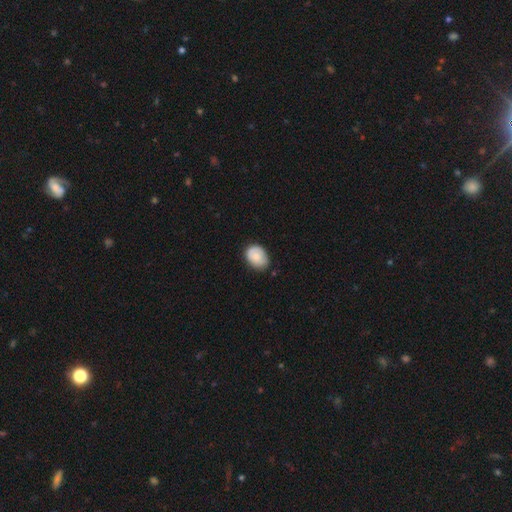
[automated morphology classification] smooth_or_featured: smooth (p=0.76) [alt: featured or disk p=0.17]
how_rounded: in between (p=0.70) [alt: round p=0.29]
merging: none (p=0.69) [alt: minor disturbance p=0.25]